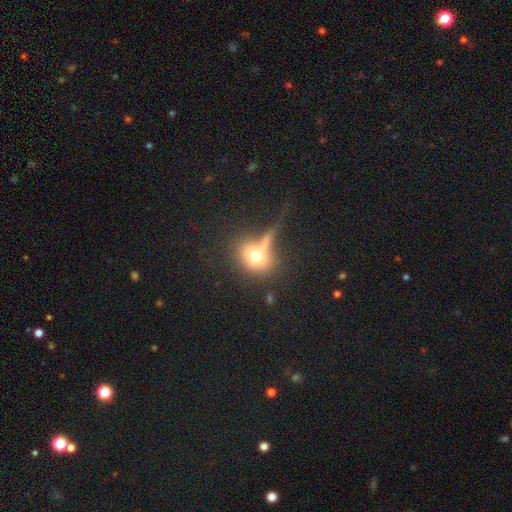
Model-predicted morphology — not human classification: Smooth or featured? Predicted: smooth (p=0.66). How rounded? Predicted: round (p=0.60). Merging? Predicted: none (p=0.36).